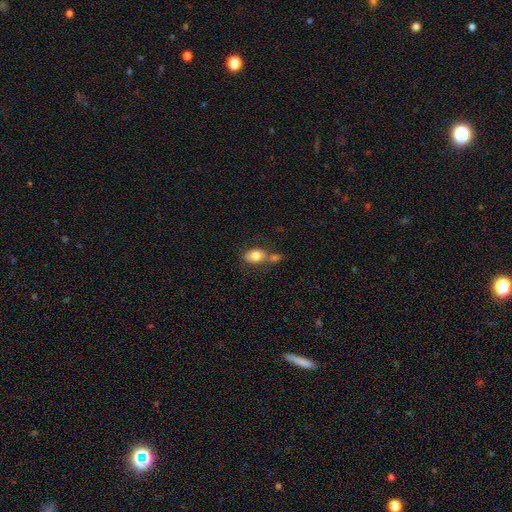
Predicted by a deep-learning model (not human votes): smooth_or_featured: smooth (p=0.77) [alt: featured or disk p=0.15]
how_rounded: in between (p=0.76) [alt: round p=0.22]
merging: merger (p=0.41) [alt: none p=0.37]